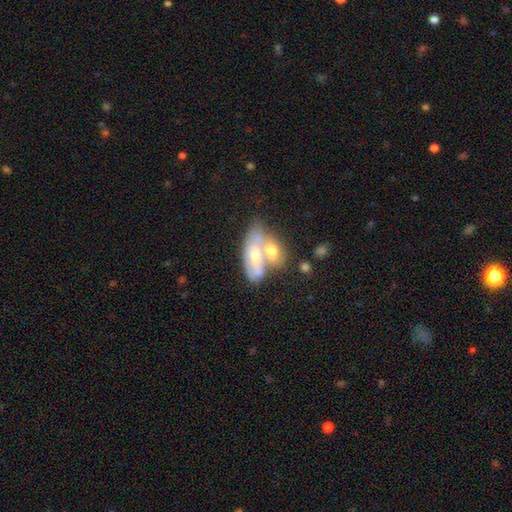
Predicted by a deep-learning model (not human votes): smooth_or_featured: smooth (p=0.49) [alt: featured or disk p=0.44]
merging: merger (p=0.62) [alt: none p=0.20]